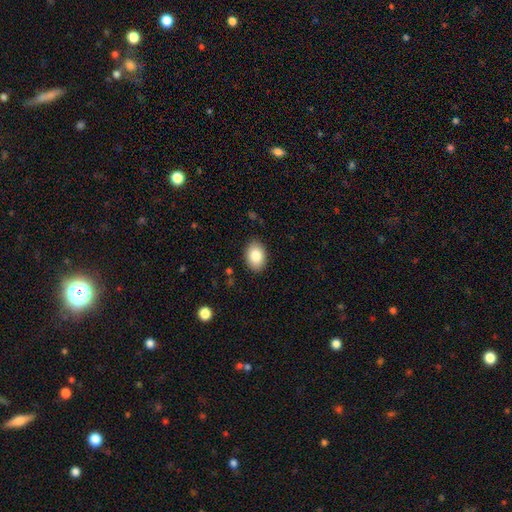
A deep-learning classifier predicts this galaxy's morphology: Q: Smooth or featured?
A: smooth (84%); runner-up: featured or disk (8%)
Q: How rounded?
A: in between (79%); runner-up: round (21%)
Q: Merging?
A: none (87%); runner-up: minor disturbance (9%)